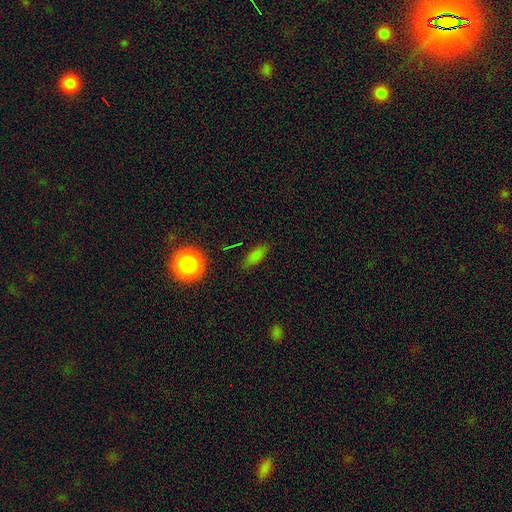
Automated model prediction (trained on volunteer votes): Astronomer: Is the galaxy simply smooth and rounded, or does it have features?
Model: smooth — 77%.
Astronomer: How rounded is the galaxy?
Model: in between — 79%.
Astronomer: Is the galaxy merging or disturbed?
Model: none — 82%.